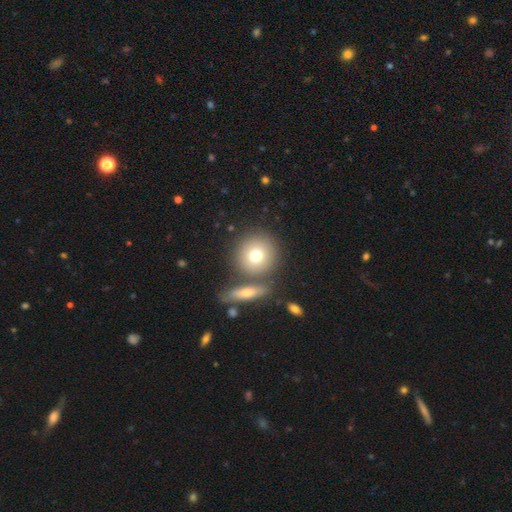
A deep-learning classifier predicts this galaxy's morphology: The model was most divided on "merging": none: 71%, merger: 17%, minor disturbance: 9%, major disturbance: 3%. More confident: how rounded — round (90%); smooth or featured — smooth (74%).